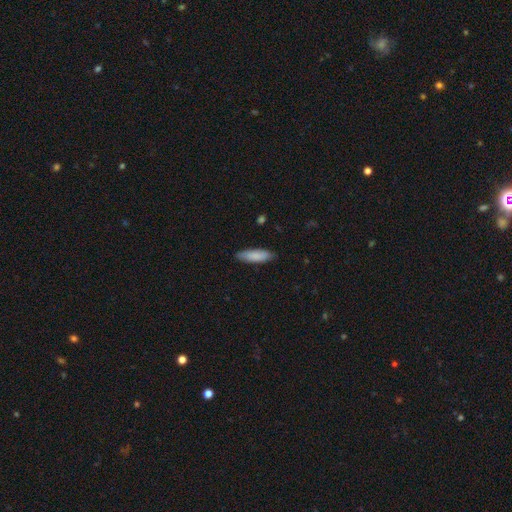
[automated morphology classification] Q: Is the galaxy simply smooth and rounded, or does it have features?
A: smooth — 86%.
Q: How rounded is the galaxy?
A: cigar-shaped — 53%.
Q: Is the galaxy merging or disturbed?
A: none — 85%.